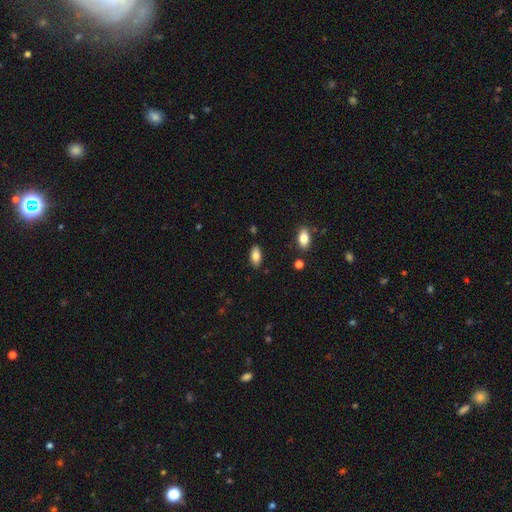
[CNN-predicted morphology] Q: Smooth or featured?
A: smooth (85%); runner-up: star or artifact (8%)
Q: How rounded?
A: in between (92%); runner-up: cigar-shaped (5%)
Q: Merging?
A: none (86%); runner-up: minor disturbance (10%)